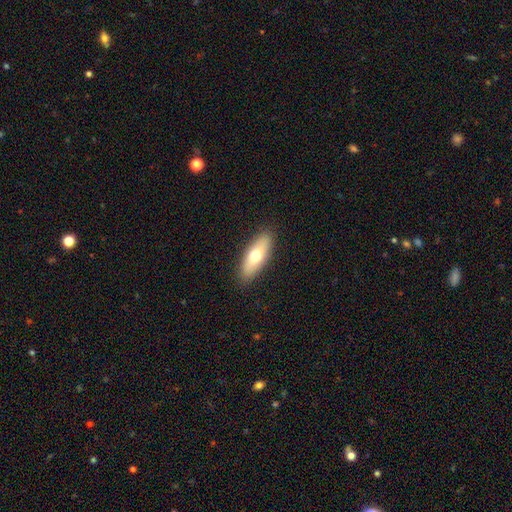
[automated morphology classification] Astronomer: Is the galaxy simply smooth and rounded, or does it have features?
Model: smooth — 67%.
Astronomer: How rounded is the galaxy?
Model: in between — 68%.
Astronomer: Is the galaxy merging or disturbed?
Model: none — 88%.